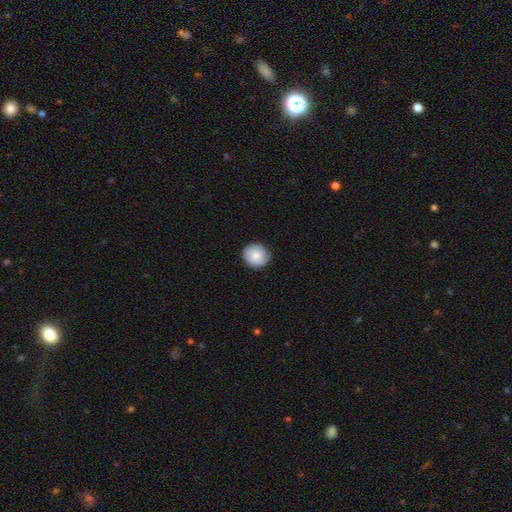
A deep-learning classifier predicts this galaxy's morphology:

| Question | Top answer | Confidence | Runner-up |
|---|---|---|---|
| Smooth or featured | smooth | 86% | featured or disk (7%) |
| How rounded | round | 90% | in between (9%) |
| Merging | none | 90% | minor disturbance (8%) |